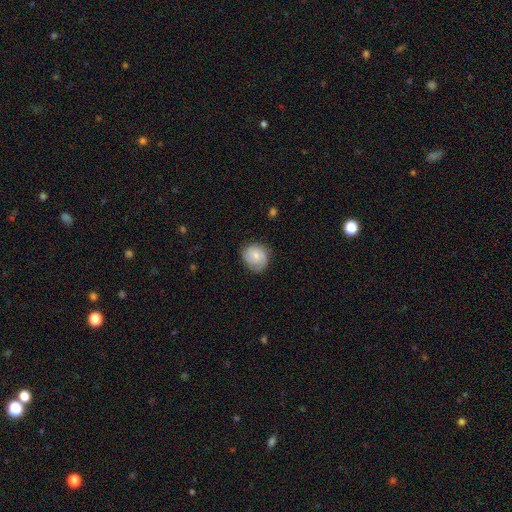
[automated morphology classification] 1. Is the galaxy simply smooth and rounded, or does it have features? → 62% smooth, 31% featured or disk, 7% star or artifact.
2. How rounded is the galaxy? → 76% round, 23% in between, 1% cigar-shaped.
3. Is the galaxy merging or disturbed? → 74% none, 20% minor disturbance, 5% major disturbance, 1% merger.